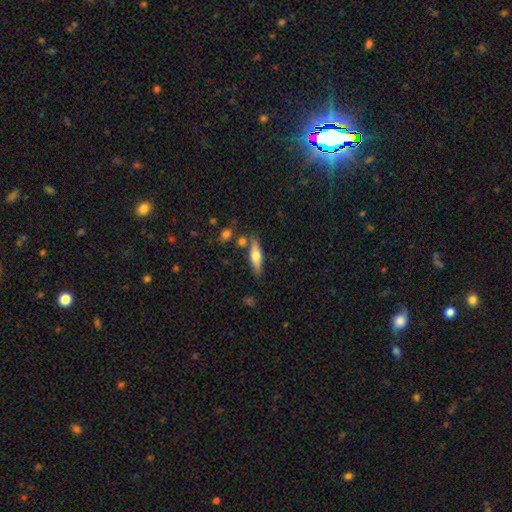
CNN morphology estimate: A smooth galaxy with no disk features (52%) that is cigar-shaped (58%). Merging: none (77%).